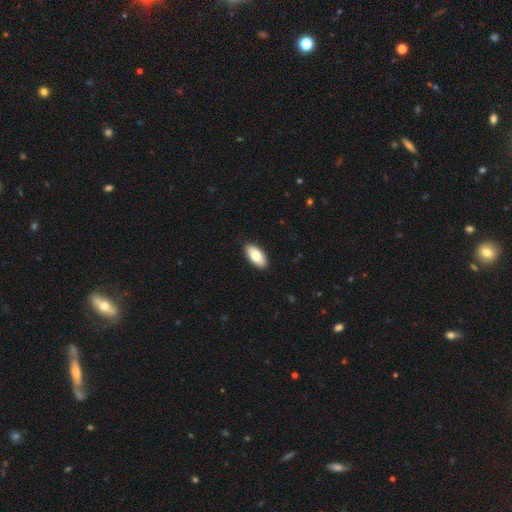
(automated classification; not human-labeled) This is likely a smooth galaxy (78%). How rounded: clearly in between (91%). Merging: clearly none (90%).